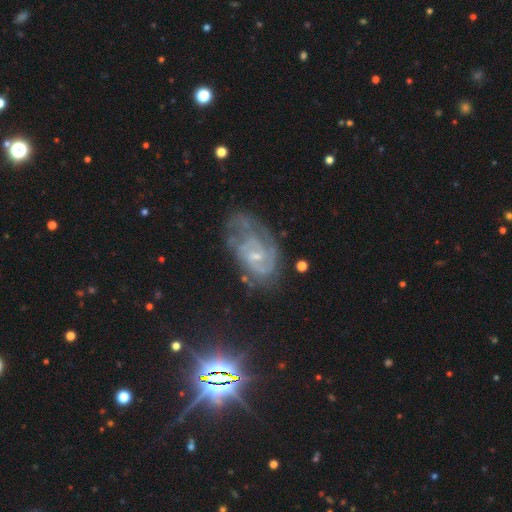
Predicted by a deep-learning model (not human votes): featured or disk 82%, star or artifact 9%, smooth 9%. Down the decision tree: edge-on disk — no (97%); bar — no (48%); spiral arms — yes (93%); spiral arm count — 2 (41%); spiral winding — tight (50%); bulge size — small (69%); merging — none (48%).